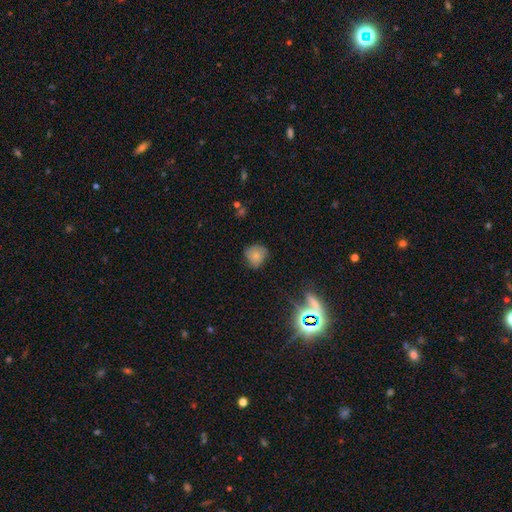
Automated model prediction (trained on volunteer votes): This appears to be a smooth galaxy with no disk features (68%) that is round (81%). Merging: none (65%).